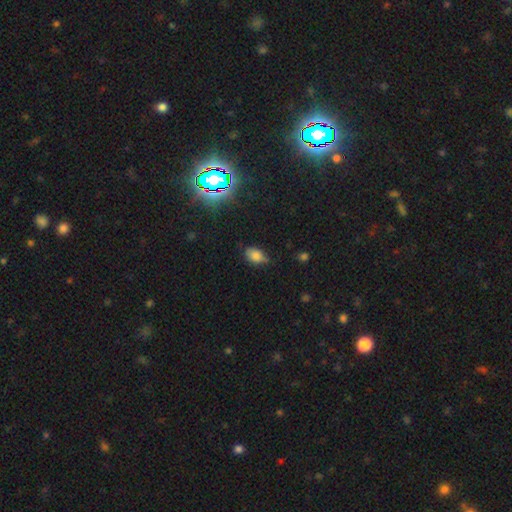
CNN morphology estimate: The model was most divided on "merging": none: 63%, minor disturbance: 29%, major disturbance: 5%, merger: 2%. More confident: how rounded — in between (87%); smooth or featured — smooth (77%).